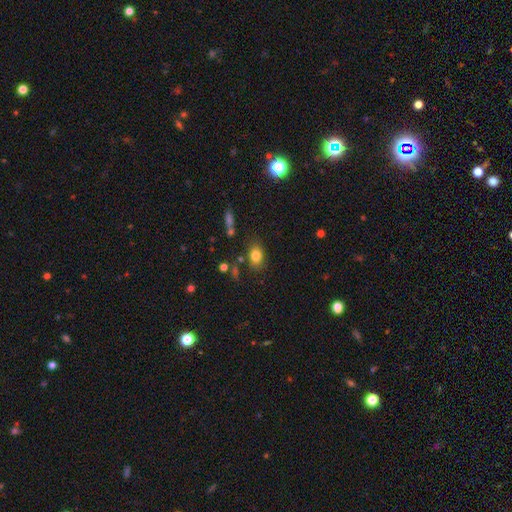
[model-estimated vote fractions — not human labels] Morphology: type=smooth (80%); roundness=in between (74%); merging=none (79%).